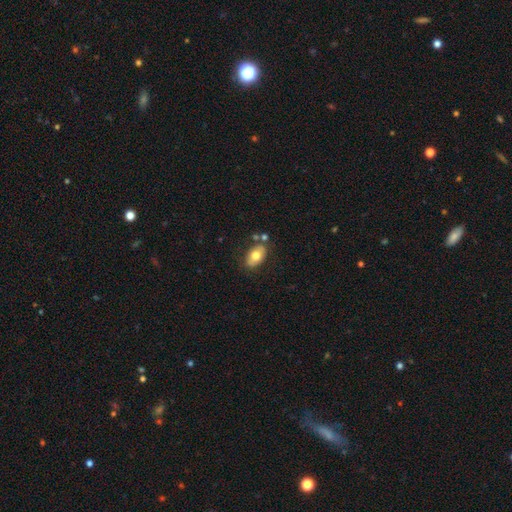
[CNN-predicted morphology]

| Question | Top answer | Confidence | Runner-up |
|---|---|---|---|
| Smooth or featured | smooth | 70% | featured or disk (23%) |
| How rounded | in between | 90% | round (8%) |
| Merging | none | 72% | minor disturbance (15%) |